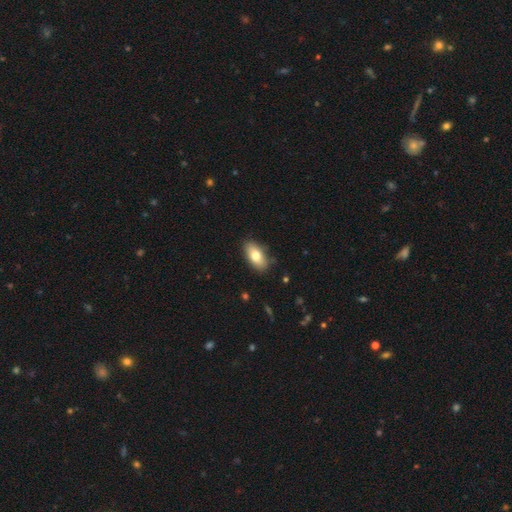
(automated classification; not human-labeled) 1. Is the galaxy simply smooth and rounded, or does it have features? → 78% smooth, 15% featured or disk, 7% star or artifact.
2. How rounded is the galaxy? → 91% in between, 5% cigar-shaped, 4% round.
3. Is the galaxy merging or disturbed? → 83% none, 13% minor disturbance, 2% major disturbance, 1% merger.